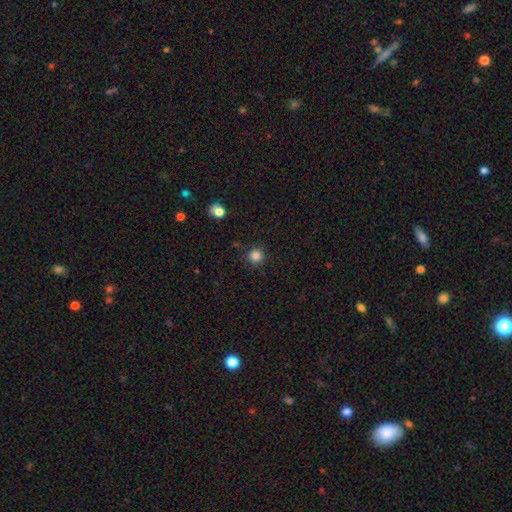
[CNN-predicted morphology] Smooth or featured?
  - smooth: 84% *
  - star or artifact: 12%
  - featured or disk: 4%
How rounded?
  - round: 94% *
  - in between: 5%
  - cigar-shaped: 1%
Merging?
  - none: 90% *
  - minor disturbance: 7%
  - major disturbance: 2%
  - merger: 2%